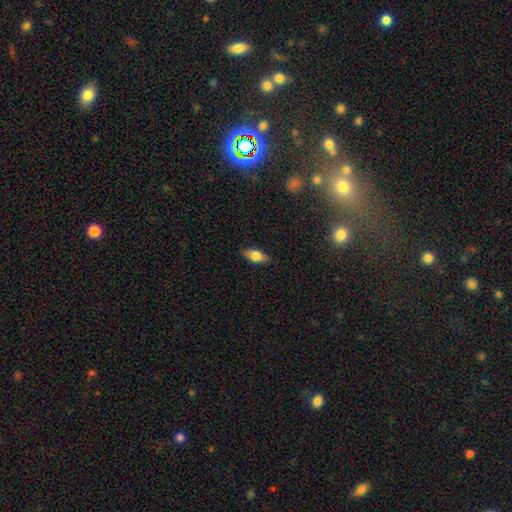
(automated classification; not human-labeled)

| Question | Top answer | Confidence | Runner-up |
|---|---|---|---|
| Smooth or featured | smooth | 71% | featured or disk (22%) |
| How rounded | in between | 83% | cigar-shaped (14%) |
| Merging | none | 87% | minor disturbance (10%) |